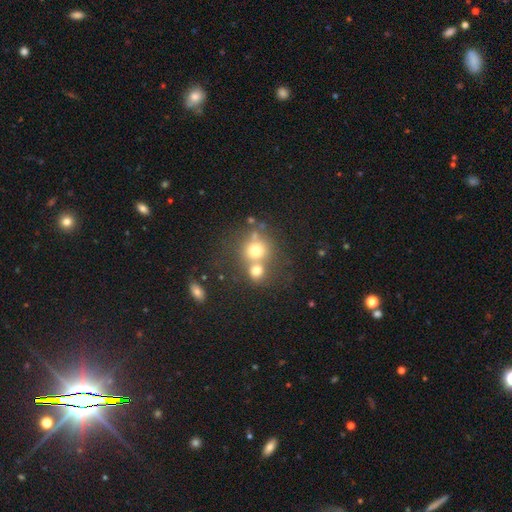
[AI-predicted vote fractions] Q: Smooth or featured?
A: smooth (58%); runner-up: star or artifact (22%)
Q: How rounded?
A: round (79%); runner-up: in between (20%)
Q: Merging?
A: merger (53%); runner-up: none (36%)